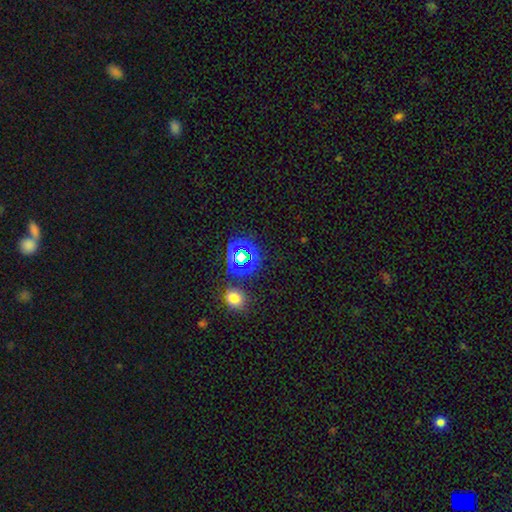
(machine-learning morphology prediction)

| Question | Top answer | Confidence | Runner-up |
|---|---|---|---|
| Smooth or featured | smooth | 52% | star or artifact (39%) |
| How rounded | round | 82% | in between (16%) |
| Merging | none | 75% | merger (13%) |